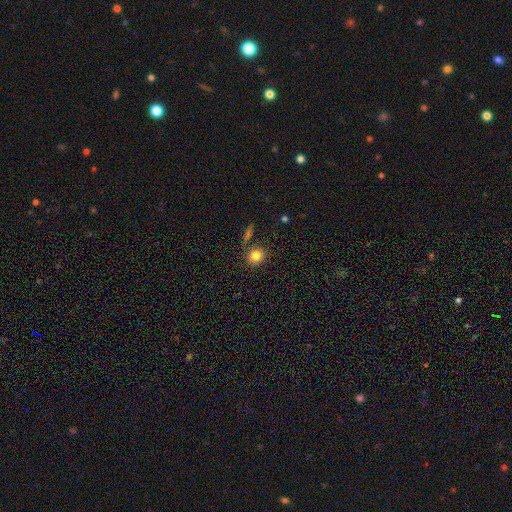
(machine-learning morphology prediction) Smooth or featured?
  - smooth: 82% *
  - star or artifact: 11%
  - featured or disk: 7%
How rounded?
  - round: 80% *
  - in between: 19%
  - cigar-shaped: 1%
Merging?
  - none: 79% *
  - minor disturbance: 10%
  - merger: 8%
  - major disturbance: 3%